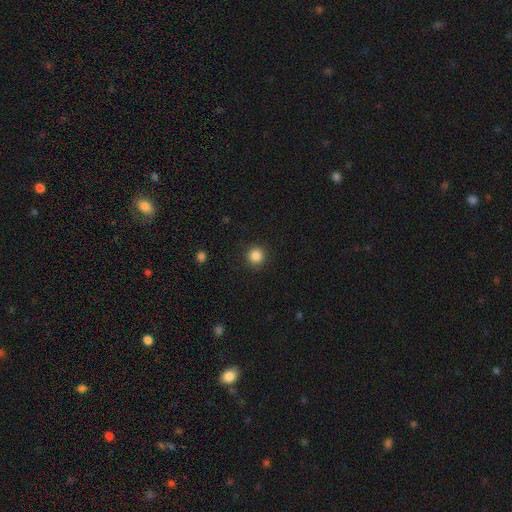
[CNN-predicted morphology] Smooth or featured? Predicted: smooth (p=0.86). How rounded? Predicted: round (p=0.94). Merging? Predicted: none (p=0.91).